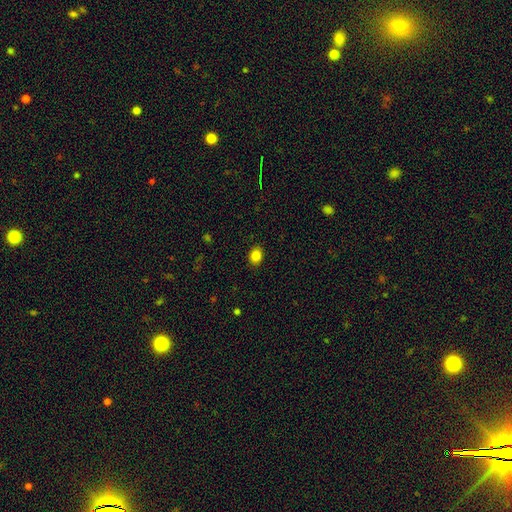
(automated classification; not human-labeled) A smooth galaxy with no disk features (85%) that is in between round and cigar-shaped (56%). Merging: none (89%).